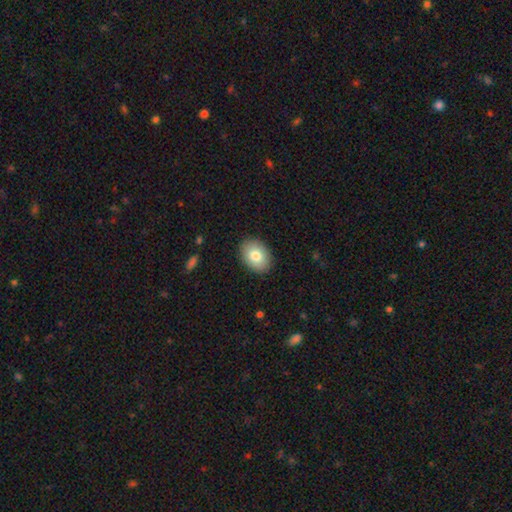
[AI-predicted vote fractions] Q: Smooth or featured?
A: smooth (81%); runner-up: featured or disk (12%)
Q: How rounded?
A: in between (78%); runner-up: round (21%)
Q: Merging?
A: none (89%); runner-up: minor disturbance (8%)